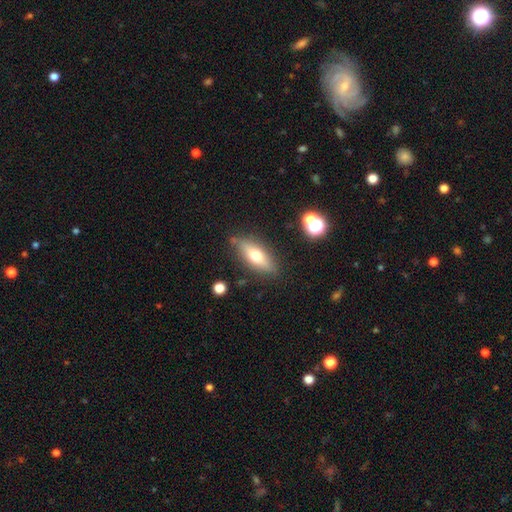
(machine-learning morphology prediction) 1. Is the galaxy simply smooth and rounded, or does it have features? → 56% smooth, 37% featured or disk, 8% star or artifact.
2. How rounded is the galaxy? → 60% in between, 37% cigar-shaped, 3% round.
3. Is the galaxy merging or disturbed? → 80% none, 13% minor disturbance, 3% major disturbance, 3% merger.